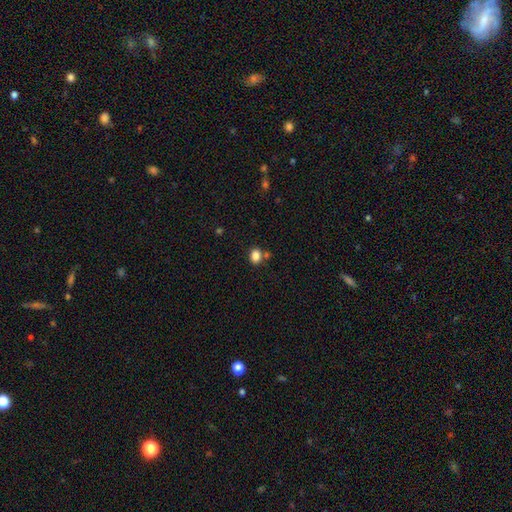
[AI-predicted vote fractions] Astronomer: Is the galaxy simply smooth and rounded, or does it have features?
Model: smooth — 85%.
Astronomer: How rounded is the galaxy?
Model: in between — 58% (runner-up: round, 41%).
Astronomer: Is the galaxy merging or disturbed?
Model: none — 71%.